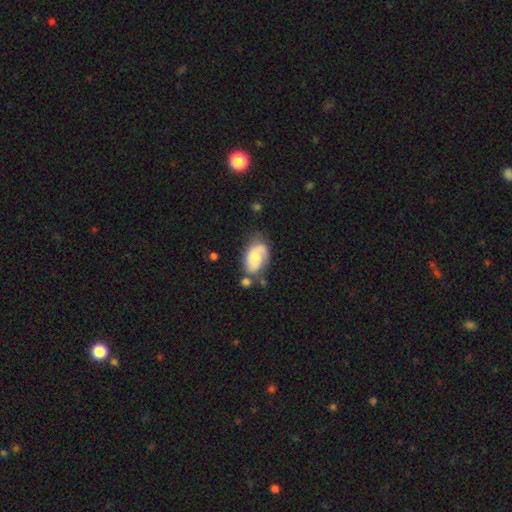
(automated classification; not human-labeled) Smooth or featured: featured or disk — 51% (smooth — 42%)
Edge-on disk: no — 96% (yes — 4%)
Merging: none — 49% (minor disturbance — 27%)